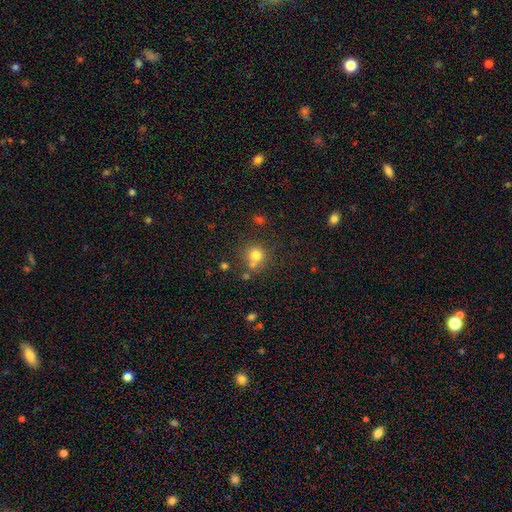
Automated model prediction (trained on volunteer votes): The model was most divided on "merging": none: 63%, merger: 20%, minor disturbance: 12%, major disturbance: 5%. More confident: how rounded — round (88%); smooth or featured — smooth (77%).